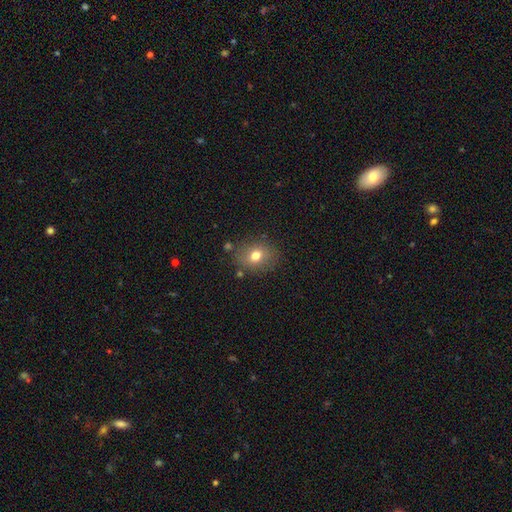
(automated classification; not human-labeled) Smooth or featured?
  - smooth: 72% *
  - featured or disk: 16%
  - star or artifact: 12%
How rounded?
  - round: 52% *
  - in between: 47%
  - cigar-shaped: 1%
Merging?
  - none: 80% *
  - minor disturbance: 12%
  - major disturbance: 4%
  - merger: 3%